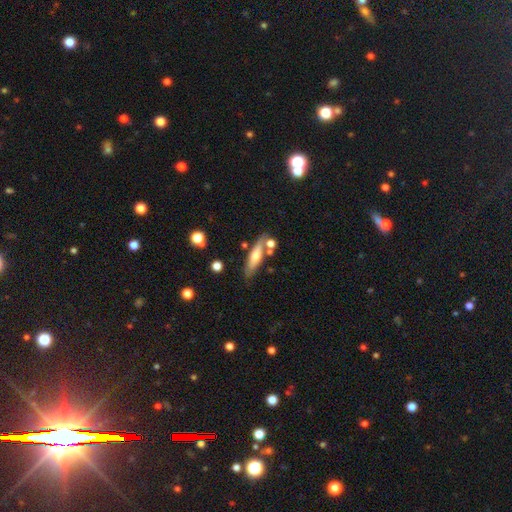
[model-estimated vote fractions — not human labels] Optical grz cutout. It shows a smooth galaxy with no disk features (52%) that is cigar-shaped (69%). Merging: none (70%).